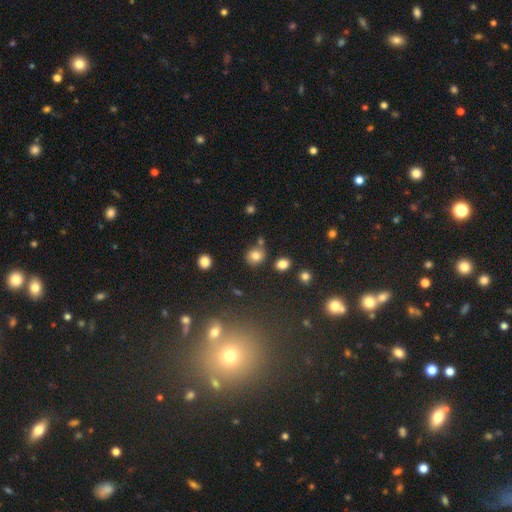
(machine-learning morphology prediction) A smooth galaxy with no disk features (80%) that is round (77%). Merging: none (70%).